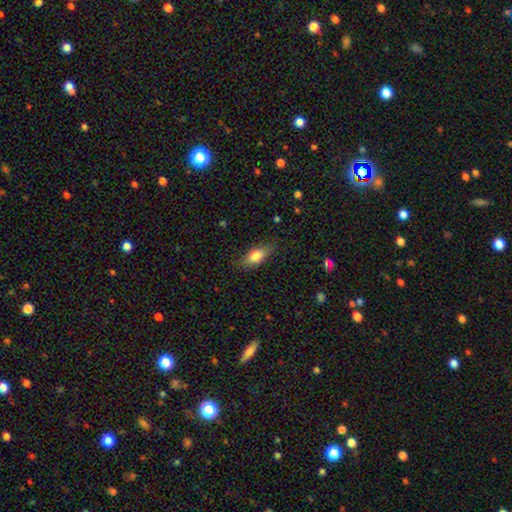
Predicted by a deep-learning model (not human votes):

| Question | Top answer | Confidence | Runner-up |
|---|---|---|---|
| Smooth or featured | smooth | 77% | featured or disk (15%) |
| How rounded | in between | 80% | cigar-shaped (16%) |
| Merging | none | 81% | minor disturbance (15%) |